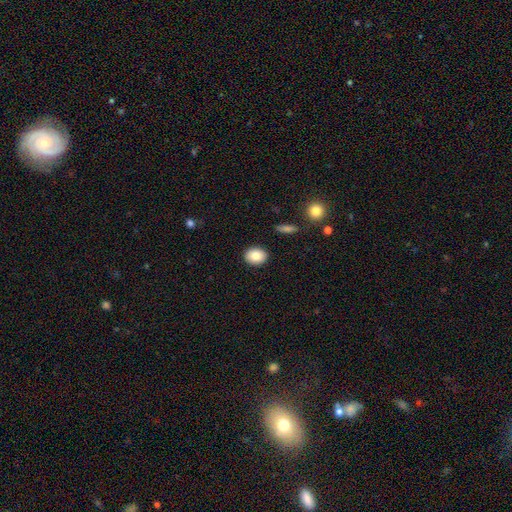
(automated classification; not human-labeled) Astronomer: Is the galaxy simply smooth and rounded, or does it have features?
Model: smooth — 82%.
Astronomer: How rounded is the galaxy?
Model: in between — 56% (runner-up: round, 43%).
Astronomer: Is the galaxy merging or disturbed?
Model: none — 90%.